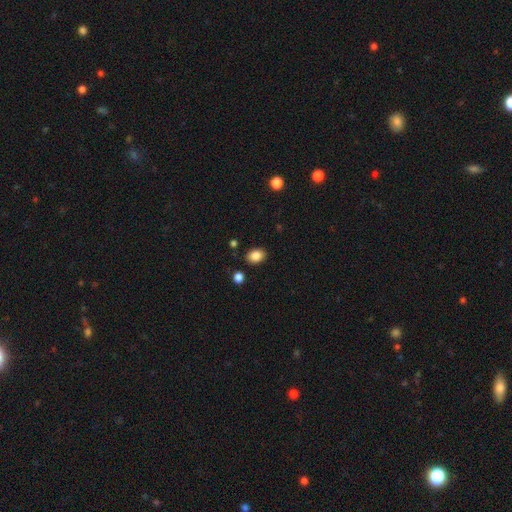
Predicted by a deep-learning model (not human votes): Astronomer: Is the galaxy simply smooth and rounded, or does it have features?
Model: smooth — 86%.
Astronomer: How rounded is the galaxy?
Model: in between — 73%.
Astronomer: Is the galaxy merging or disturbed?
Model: none — 86%.